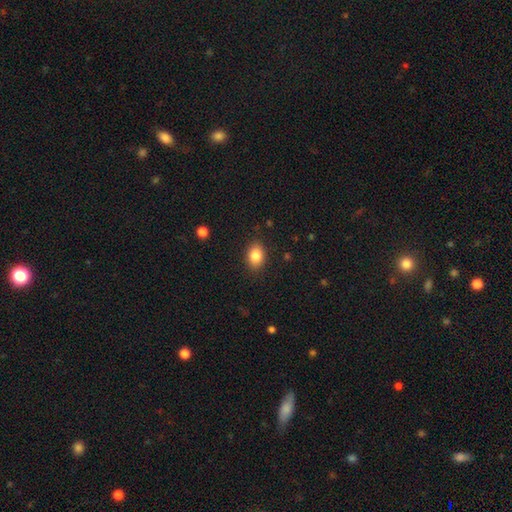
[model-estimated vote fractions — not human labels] A smooth galaxy with no disk features (84%) that is in between round and cigar-shaped (76%).

Vote fractions:
- Smooth or featured? smooth: 84% / star or artifact: 9% / featured or disk: 7%
- How rounded? in between: 76% / round: 23% / cigar-shaped: 1%
- Merging? none: 87% / minor disturbance: 10% / major disturbance: 3% / merger: 1%